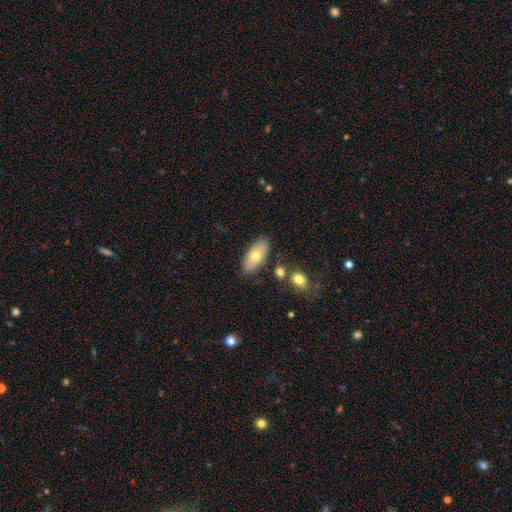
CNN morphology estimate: Overall: smooth (69%). How rounded: in between (86%). Merging: none (82%).